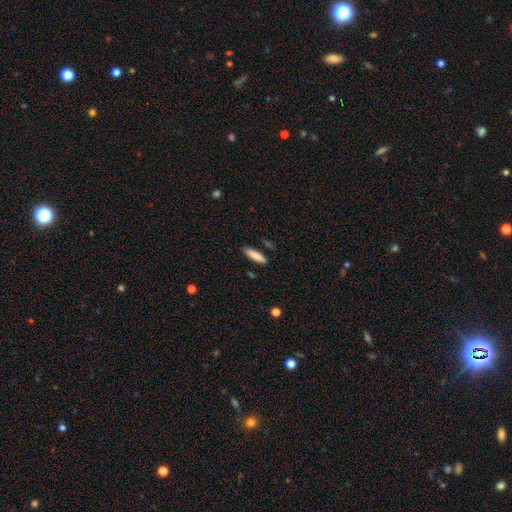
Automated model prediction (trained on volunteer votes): This appears to be a smooth galaxy with no disk features (86%) that is cigar-shaped (67%). Merging: none (86%).